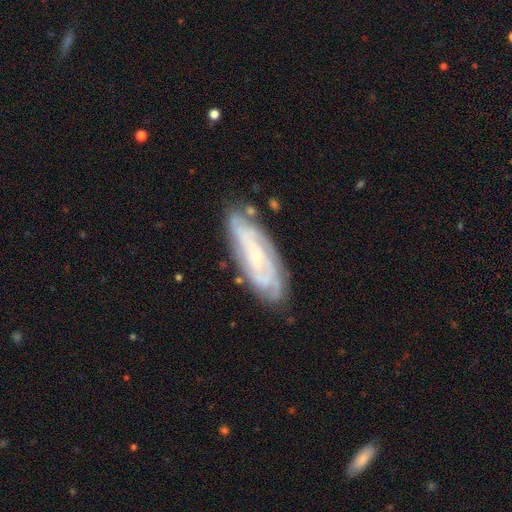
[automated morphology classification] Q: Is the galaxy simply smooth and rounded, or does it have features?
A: featured or disk — 80%.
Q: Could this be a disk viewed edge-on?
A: no — 87%.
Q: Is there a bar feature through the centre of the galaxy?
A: no — 66%.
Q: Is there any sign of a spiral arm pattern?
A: yes — 93%.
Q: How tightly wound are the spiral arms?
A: tight — 69%.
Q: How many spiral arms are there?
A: can't tell — 41%.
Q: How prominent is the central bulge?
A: small — 79%.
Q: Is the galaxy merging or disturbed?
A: none — 77%.